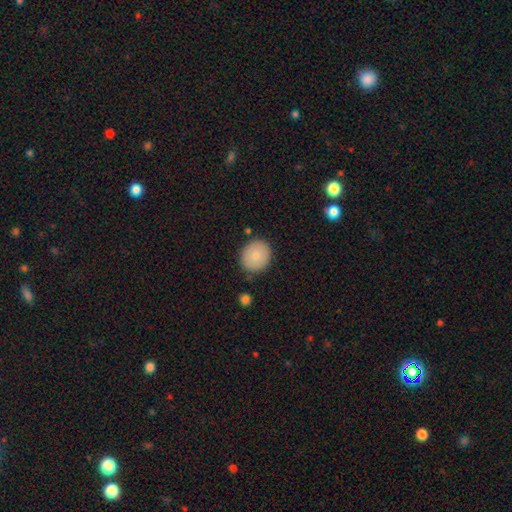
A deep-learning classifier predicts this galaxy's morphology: A smooth galaxy with no disk features (80%) that is round (76%).

Vote fractions:
- Smooth or featured? smooth: 80% / featured or disk: 12% / star or artifact: 7%
- How rounded? round: 76% / in between: 23% / cigar-shaped: 1%
- Merging? none: 83% / minor disturbance: 12% / major disturbance: 3% / merger: 2%